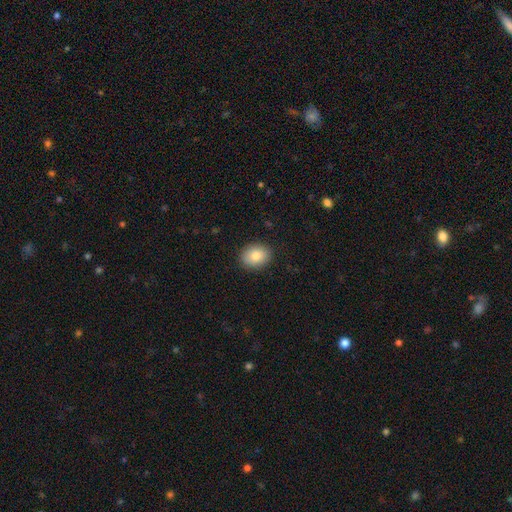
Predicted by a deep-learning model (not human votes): This is clearly a smooth galaxy (84%). How rounded: possibly in between (58%). Merging: clearly none (89%).